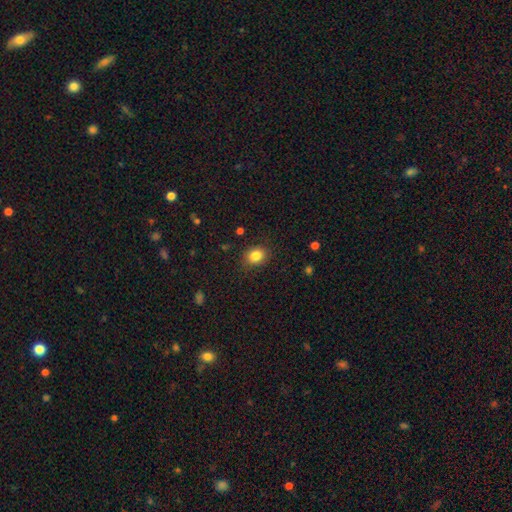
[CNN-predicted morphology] Smooth or featured? Predicted: smooth (p=0.84). How rounded? Predicted: round (p=0.60). Merging? Predicted: none (p=0.86).